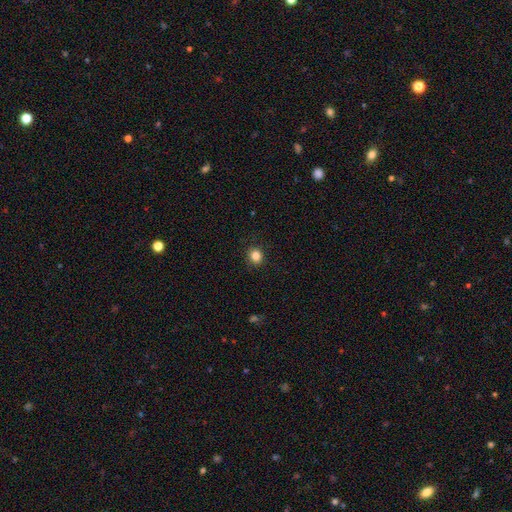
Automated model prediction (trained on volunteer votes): Smooth or featured? Predicted: smooth (p=0.84). How rounded? Predicted: round (p=0.85). Merging? Predicted: none (p=0.91).